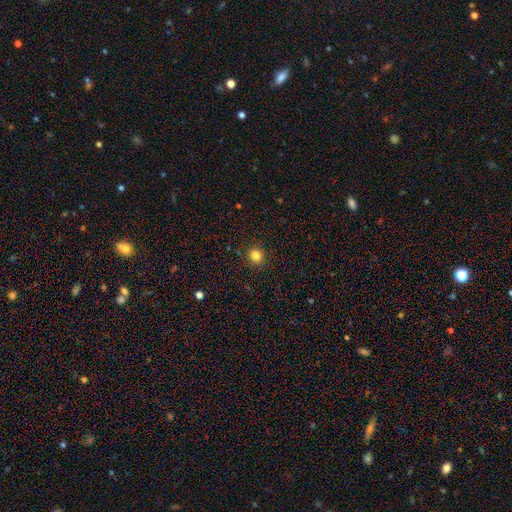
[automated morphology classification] This appears to be a smooth galaxy with no disk features (83%) that is round (88%). Merging: none (90%).